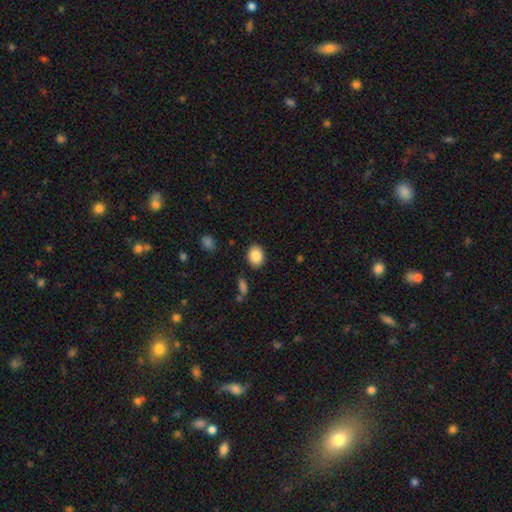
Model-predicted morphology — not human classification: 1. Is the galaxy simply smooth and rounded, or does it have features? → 86% smooth, 8% star or artifact, 6% featured or disk.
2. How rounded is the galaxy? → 56% in between, 43% round, 1% cigar-shaped.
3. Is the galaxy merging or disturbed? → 87% none, 9% minor disturbance, 3% major disturbance, 2% merger.